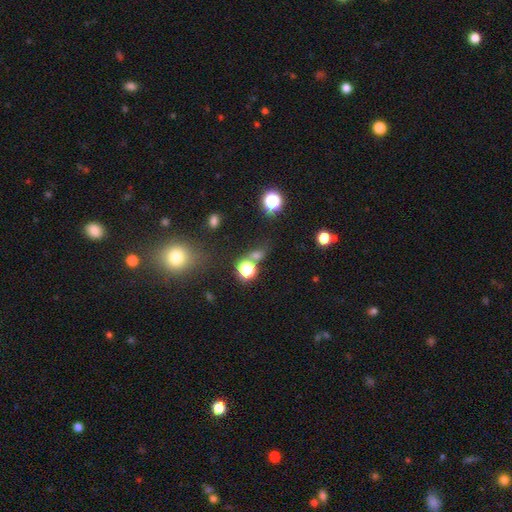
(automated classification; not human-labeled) Q: Smooth or featured?
A: smooth (57%); runner-up: star or artifact (34%)
Q: How rounded?
A: round (63%); runner-up: in between (34%)
Q: Merging?
A: none (55%); runner-up: merger (24%)